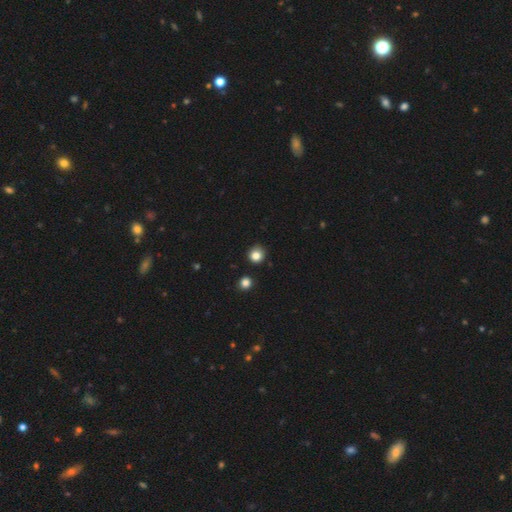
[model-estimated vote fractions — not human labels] Overall: smooth (84%). How rounded: round (92%). Merging: none (90%).